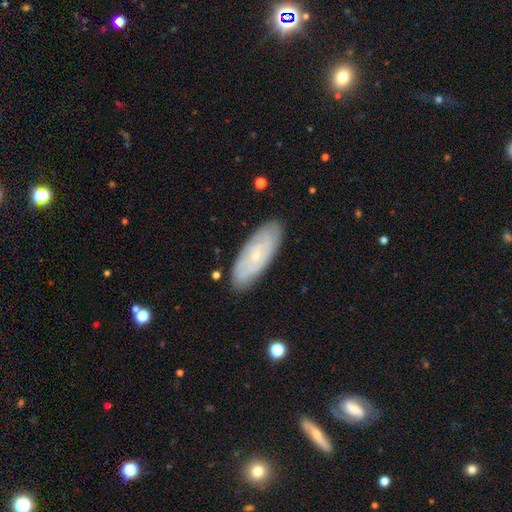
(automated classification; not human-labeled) Morphology: type=featured or disk (58%); edge-on=no (84%); merging=none (85%).